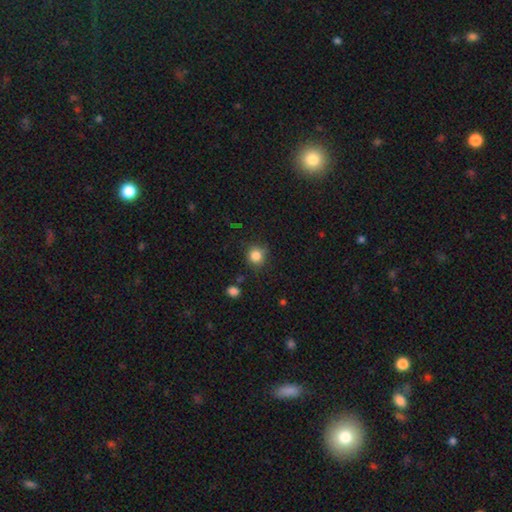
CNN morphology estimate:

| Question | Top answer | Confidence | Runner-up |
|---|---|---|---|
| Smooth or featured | smooth | 84% | star or artifact (11%) |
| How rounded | round | 89% | in between (10%) |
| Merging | none | 80% | minor disturbance (14%) |